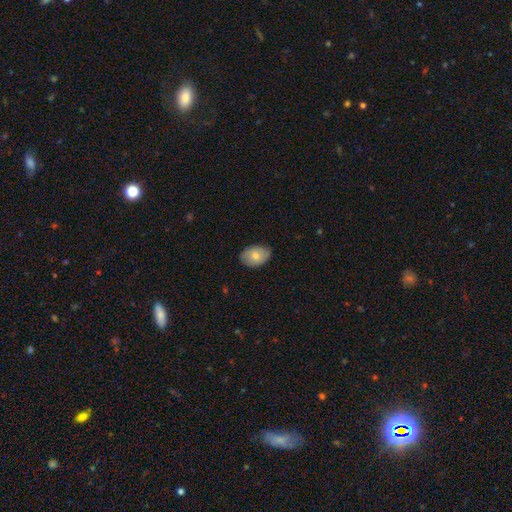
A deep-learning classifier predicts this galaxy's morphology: A smooth galaxy with no disk features (77%) that is in between round and cigar-shaped (83%).

Vote fractions:
- Smooth or featured? smooth: 77% / featured or disk: 16% / star or artifact: 6%
- How rounded? in between: 83% / round: 15% / cigar-shaped: 1%
- Merging? none: 78% / minor disturbance: 19% / major disturbance: 3% / merger: 1%